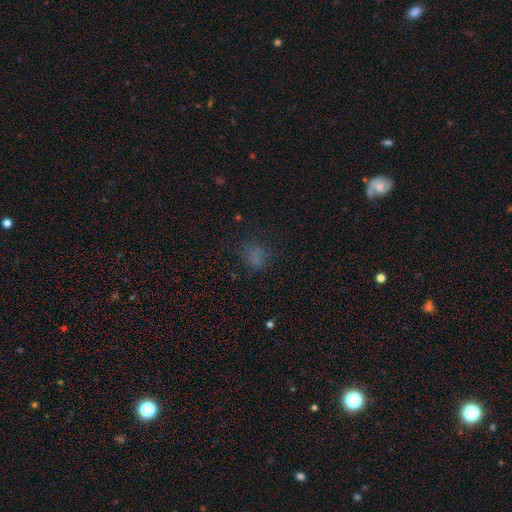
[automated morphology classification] smooth-or-featured: smooth: 64% | star or artifact: 25% | featured or disk: 12%
  how-rounded: round: 60% | in between: 38% | cigar-shaped: 2%
  merging: none: 65% | minor disturbance: 19% | major disturbance: 12% | merger: 3%